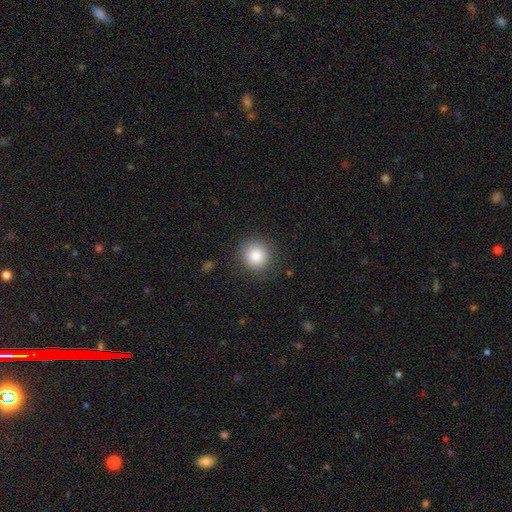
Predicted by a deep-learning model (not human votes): This is clearly a smooth galaxy (84%). How rounded: clearly round (91%). Merging: clearly none (85%).